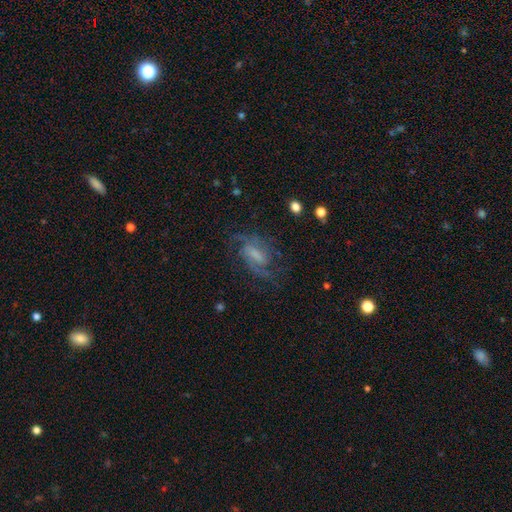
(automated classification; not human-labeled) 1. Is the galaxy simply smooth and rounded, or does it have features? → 63% featured or disk, 19% star or artifact, 18% smooth.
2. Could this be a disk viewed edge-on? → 94% no, 6% yes.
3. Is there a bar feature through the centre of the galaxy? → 49% weak, 31% no, 20% strong.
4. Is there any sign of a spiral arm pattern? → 89% yes, 11% no.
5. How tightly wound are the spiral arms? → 48% medium, 34% tight, 19% loose.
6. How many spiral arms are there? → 61% 2, 23% can't tell, 6% 3, 4% 1, 3% 4, 3% more than 4.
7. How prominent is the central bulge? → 41% small, 34% moderate, 16% none, 8% large, 2% dominant.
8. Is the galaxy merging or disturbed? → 73% none, 15% minor disturbance, 10% major disturbance, 2% merger.